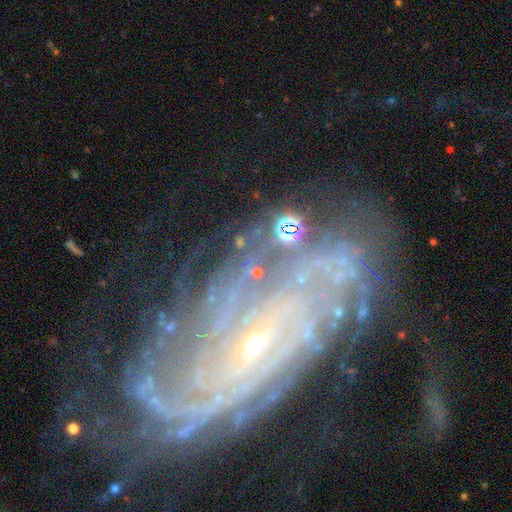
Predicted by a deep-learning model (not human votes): Overall: featured or disk (89%). Edge-on disk: no (96%). Bar: no (51%; weak 33%). Spiral arms: yes (97%). Spiral arm count: can't tell (25%; 4 20%). Spiral winding: tight (69%). Bulge size: small (86%). Merging: none (66%).